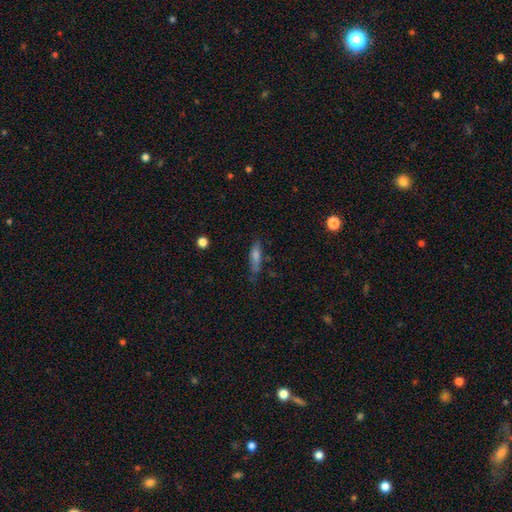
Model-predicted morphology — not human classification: This is likely a smooth galaxy (61%). How rounded: likely cigar-shaped (73%). Merging: likely none (67%).